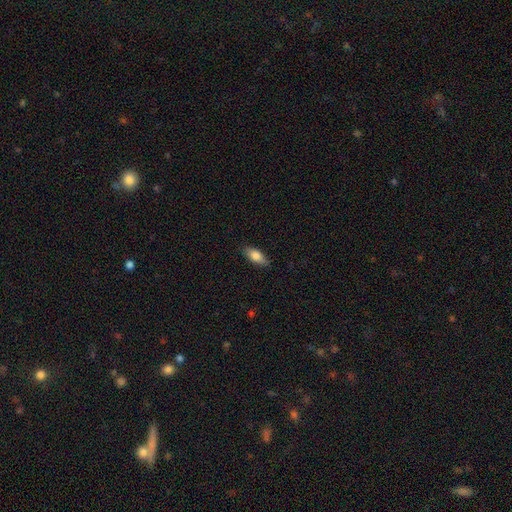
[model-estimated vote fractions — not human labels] Smooth or featured? smooth (79%)
How rounded? in between (80%)
Merging? none (86%)